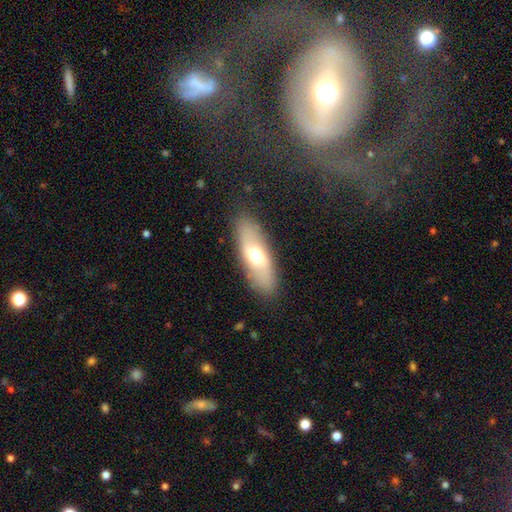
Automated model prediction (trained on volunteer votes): A smooth galaxy with no disk features (57%) that is in between round and cigar-shaped (70%). Merging: none (85%).